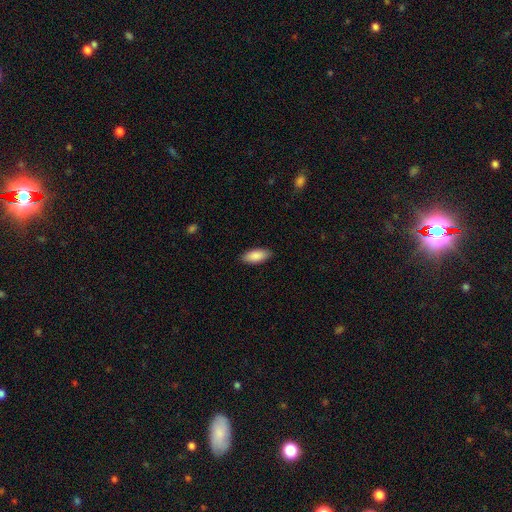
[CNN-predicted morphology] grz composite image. It shows a smooth galaxy with no disk features (89%) that is in between round and cigar-shaped (87%). Merging: none (89%).